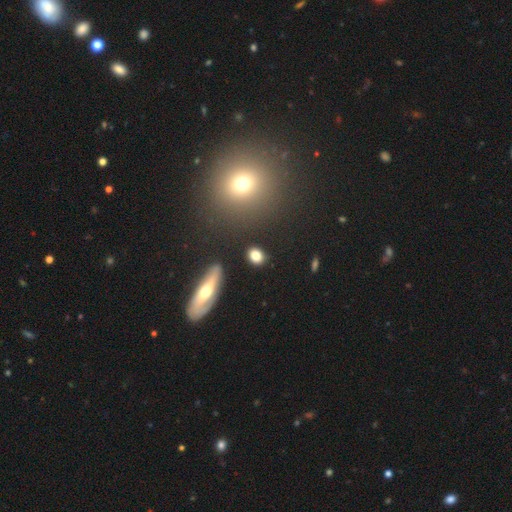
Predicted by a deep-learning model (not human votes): A smooth galaxy with no disk features (81%) that is in between round and cigar-shaped (52%). Merging: none (85%).